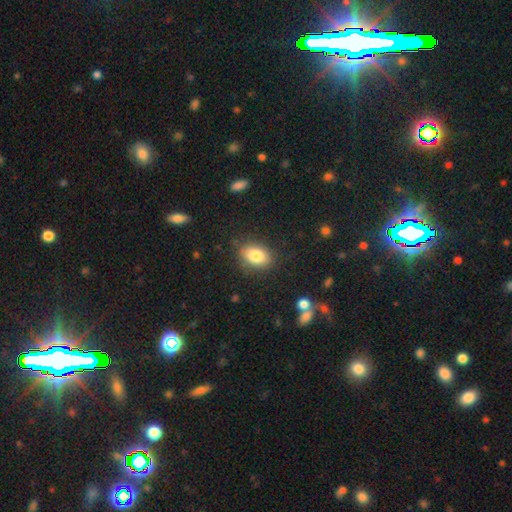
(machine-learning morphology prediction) Overall: smooth (82%). How rounded: in between (82%). Merging: none (82%).